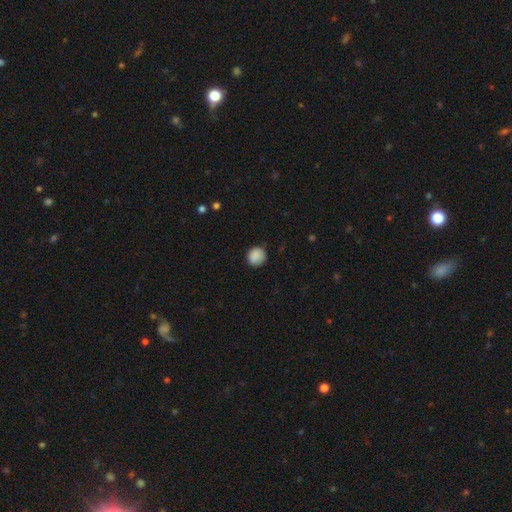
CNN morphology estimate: type=smooth (88%); roundness=round (85%); merging=none (82%).